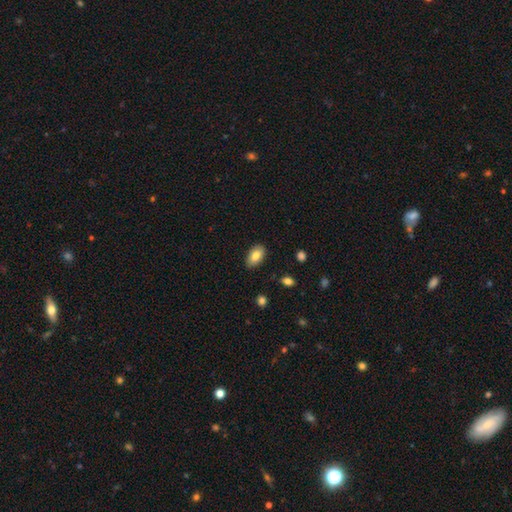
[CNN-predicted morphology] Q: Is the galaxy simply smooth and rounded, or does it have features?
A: smooth — 80%.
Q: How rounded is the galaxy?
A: in between — 93%.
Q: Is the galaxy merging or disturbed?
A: none — 87%.